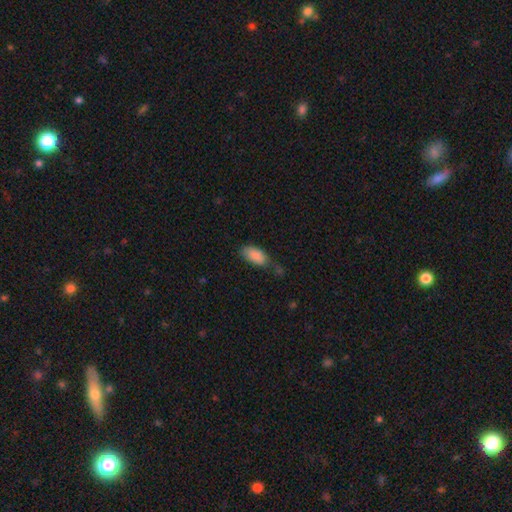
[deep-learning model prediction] Q: Smooth or featured?
A: smooth (87%); runner-up: star or artifact (7%)
Q: How rounded?
A: in between (93%); runner-up: cigar-shaped (5%)
Q: Merging?
A: none (45%); runner-up: minor disturbance (32%)